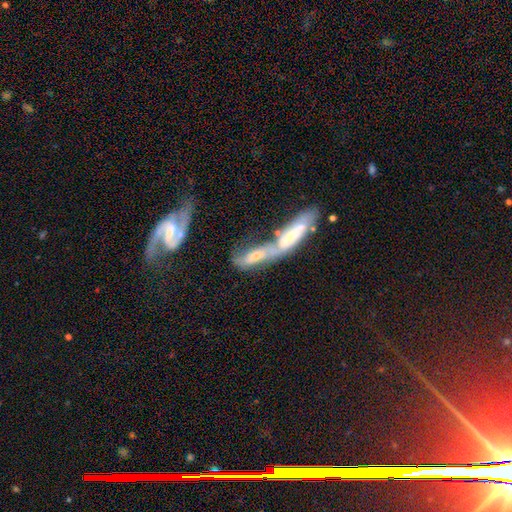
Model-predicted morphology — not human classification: smooth-or-featured: smooth: 52% | featured or disk: 40% | star or artifact: 8%
  how-rounded: cigar-shaped: 53% | in between: 44% | round: 3%
  merging: merger: 68% | none: 17% | minor disturbance: 8% | major disturbance: 6%